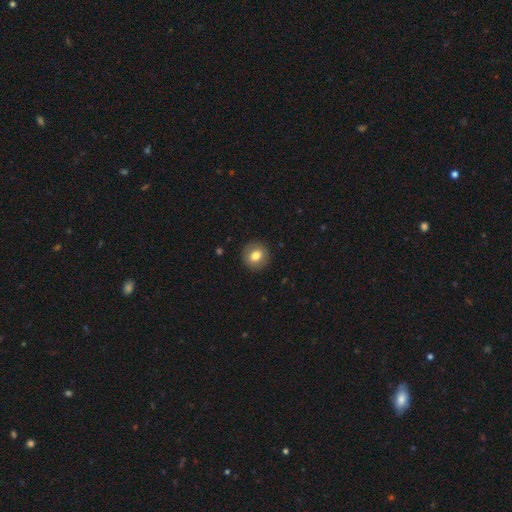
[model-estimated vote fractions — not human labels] Q: Smooth or featured?
A: smooth (77%); runner-up: featured or disk (15%)
Q: How rounded?
A: round (89%); runner-up: in between (10%)
Q: Merging?
A: none (91%); runner-up: minor disturbance (6%)